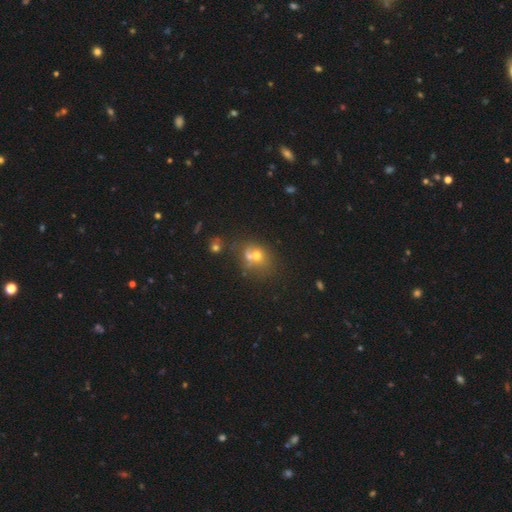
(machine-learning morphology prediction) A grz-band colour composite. It shows a smooth galaxy with no disk features (60%) that is round (64%). Merging: merger (47%).